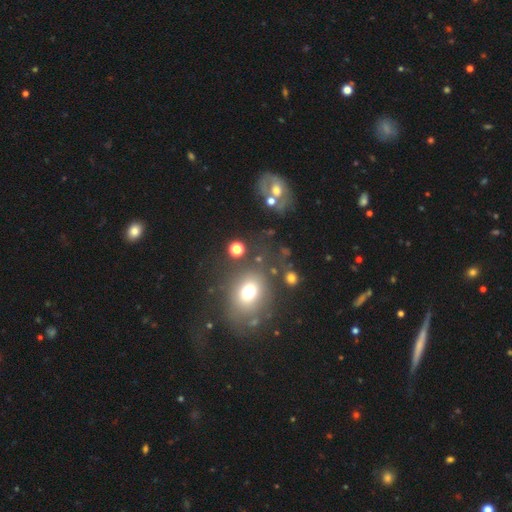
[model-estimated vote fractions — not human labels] smooth_or_featured: smooth (p=0.45) [alt: featured or disk p=0.31]
merging: none (p=0.62) [alt: minor disturbance p=0.16]